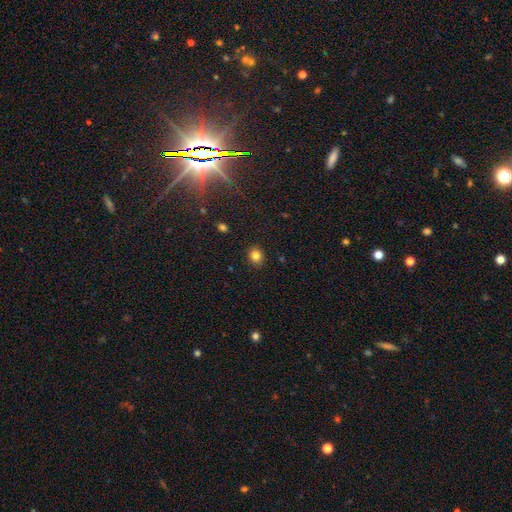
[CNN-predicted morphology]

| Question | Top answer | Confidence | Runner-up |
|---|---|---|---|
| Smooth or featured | smooth | 83% | star or artifact (12%) |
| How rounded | round | 72% | in between (27%) |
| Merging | none | 90% | minor disturbance (7%) |